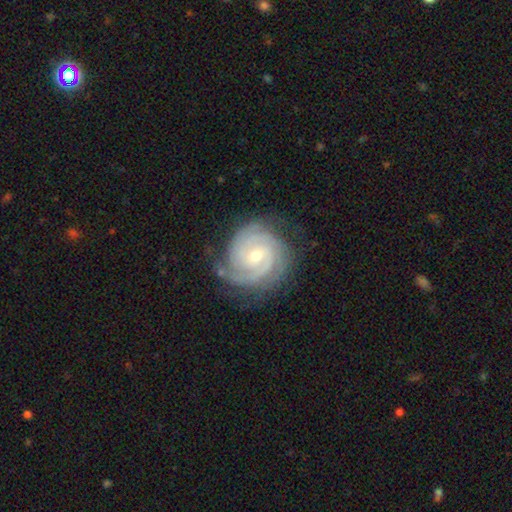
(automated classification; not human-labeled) This appears to be a featured or disk galaxy (91%) with no bar (46%), 3 (38%) tight (79%) spiral arms (98%) and a small central bulge (52%). Merging: none (78%).